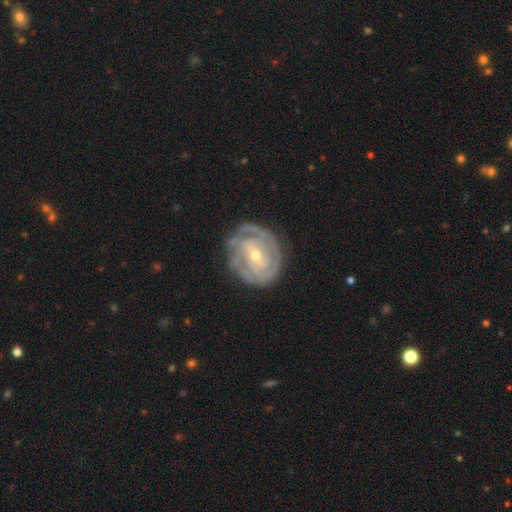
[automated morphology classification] Overall: featured or disk (87%). Edge-on disk: no (97%). Bar: weak (46%; no 34%). Spiral arms: yes (95%). Spiral arm count: can't tell (29%; 3 24%). Spiral winding: tight (75%). Bulge size: small (53%; moderate 44%). Merging: none (75%).